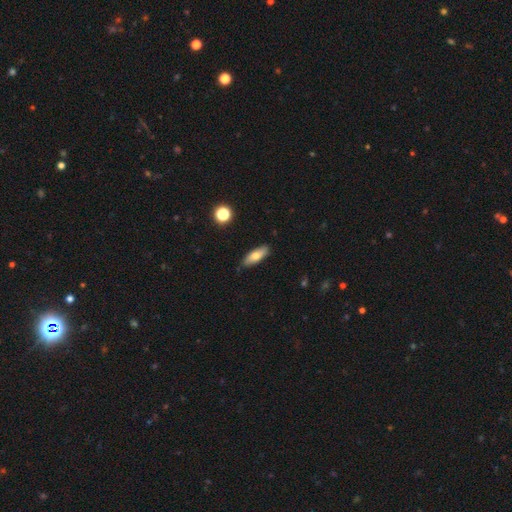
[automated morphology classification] Smooth or featured?
  - smooth: 72% *
  - featured or disk: 20%
  - star or artifact: 7%
How rounded?
  - in between: 65% *
  - cigar-shaped: 32%
  - round: 3%
Merging?
  - none: 83% *
  - minor disturbance: 13%
  - major disturbance: 2%
  - merger: 2%